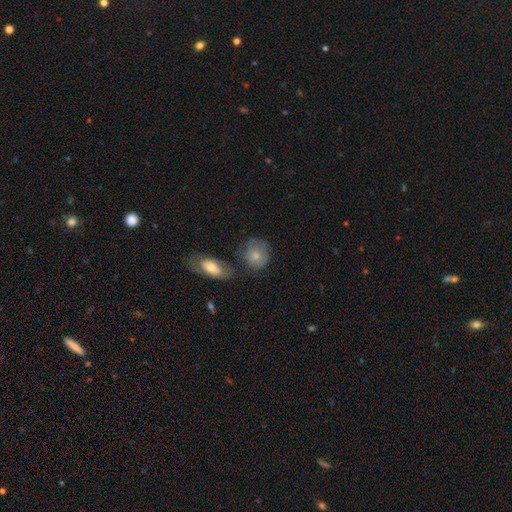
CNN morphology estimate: Smooth or featured?
  - smooth: 75% *
  - featured or disk: 18%
  - star or artifact: 7%
How rounded?
  - round: 77% *
  - in between: 22%
  - cigar-shaped: 1%
Merging?
  - none: 54% *
  - minor disturbance: 22%
  - merger: 15%
  - major disturbance: 9%